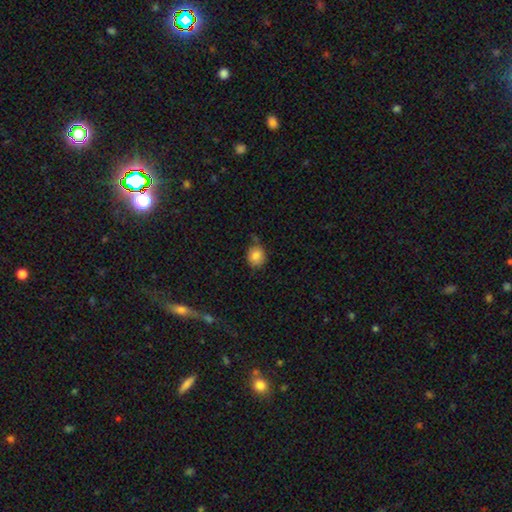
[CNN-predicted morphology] Smooth or featured?
  - smooth: 85% *
  - star or artifact: 9%
  - featured or disk: 6%
How rounded?
  - round: 78% *
  - in between: 21%
  - cigar-shaped: 1%
Merging?
  - none: 74% *
  - minor disturbance: 17%
  - merger: 6%
  - major disturbance: 4%